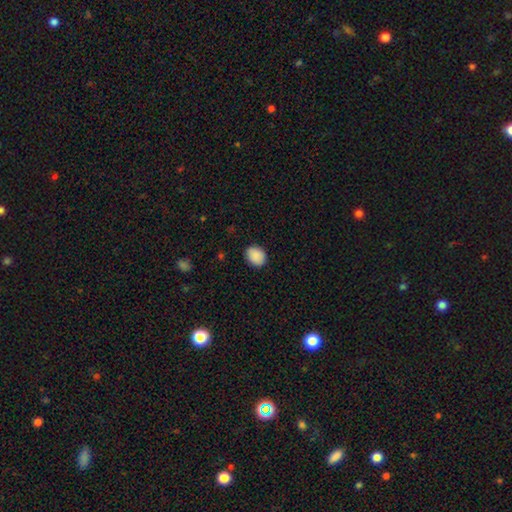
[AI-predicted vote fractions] Smooth or featured?
  - smooth: 89% *
  - star or artifact: 8%
  - featured or disk: 3%
How rounded?
  - round: 51% *
  - in between: 48%
  - cigar-shaped: 1%
Merging?
  - none: 88% *
  - minor disturbance: 9%
  - major disturbance: 2%
  - merger: 1%